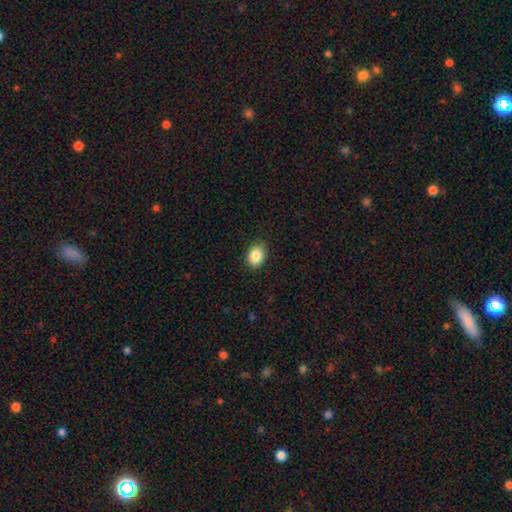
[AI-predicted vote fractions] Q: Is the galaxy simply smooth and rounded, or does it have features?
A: smooth — 87%.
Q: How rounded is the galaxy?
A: in between — 65%.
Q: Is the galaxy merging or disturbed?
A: none — 87%.